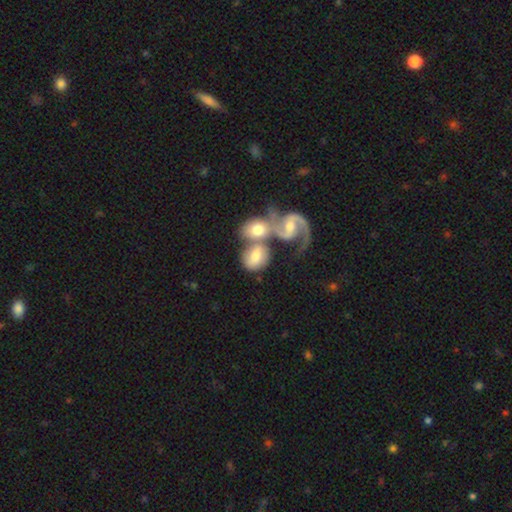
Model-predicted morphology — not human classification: Smooth or featured: featured or disk — 58% (smooth — 36%)
Edge-on disk: no — 96% (yes — 4%)
Bar: weak — 47% (no — 27%)
Spiral arms: yes — 89% (no — 11%)
Bulge size: moderate — 57% (small — 29%)
Merging: merger — 55% (none — 28%)